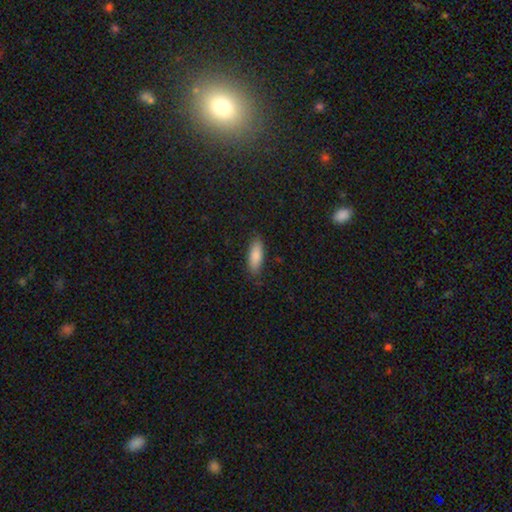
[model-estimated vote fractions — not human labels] This appears to be a smooth galaxy with no disk features (85%) that is in between round and cigar-shaped (68%). Merging: none (83%).